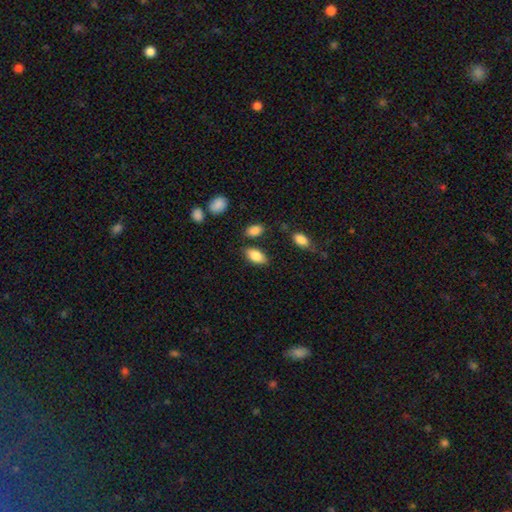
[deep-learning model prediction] Q: Smooth or featured?
A: smooth (84%); runner-up: featured or disk (9%)
Q: How rounded?
A: in between (92%); runner-up: round (4%)
Q: Merging?
A: none (79%); runner-up: minor disturbance (13%)